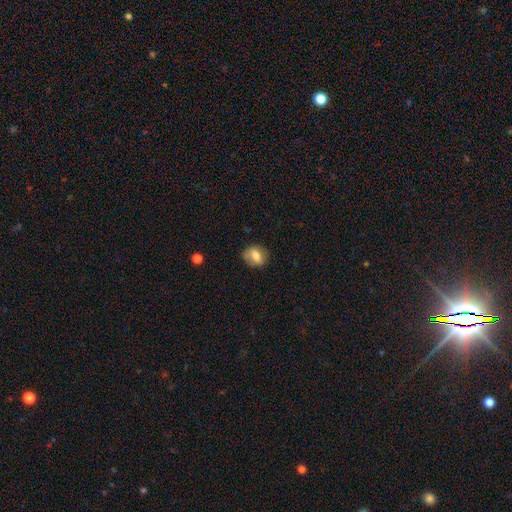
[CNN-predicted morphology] A smooth galaxy with no disk features (65%) that is round (50%). Merging: none (75%).